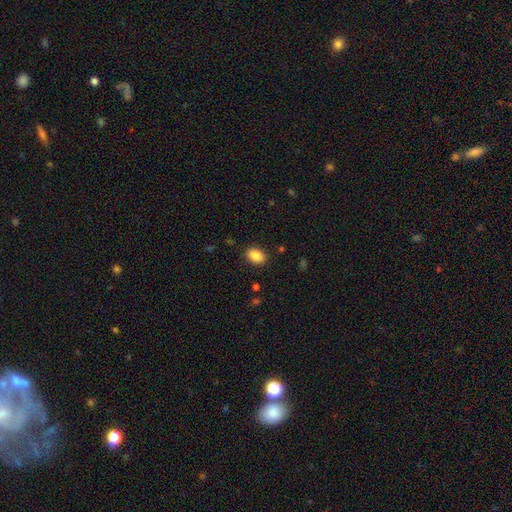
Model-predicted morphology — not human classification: A smooth galaxy with no disk features (88%) that is in between round and cigar-shaped (83%).

Vote fractions:
- Smooth or featured? smooth: 88% / star or artifact: 8% / featured or disk: 4%
- How rounded? in between: 83% / round: 16% / cigar-shaped: 1%
- Merging? none: 88% / minor disturbance: 9% / major disturbance: 3% / merger: 1%